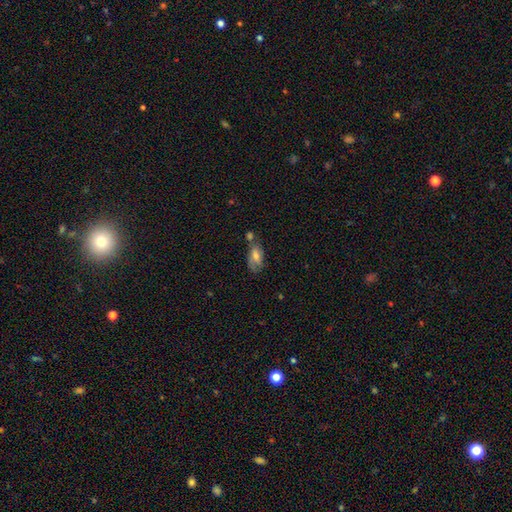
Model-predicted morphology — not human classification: A smooth galaxy with no disk features (62%) that is in between round and cigar-shaped (87%).

Vote fractions:
- Smooth or featured? smooth: 62% / featured or disk: 30% / star or artifact: 8%
- How rounded? in between: 87% / cigar-shaped: 8% / round: 5%
- Merging? none: 45% / merger: 23% / minor disturbance: 23% / major disturbance: 9%